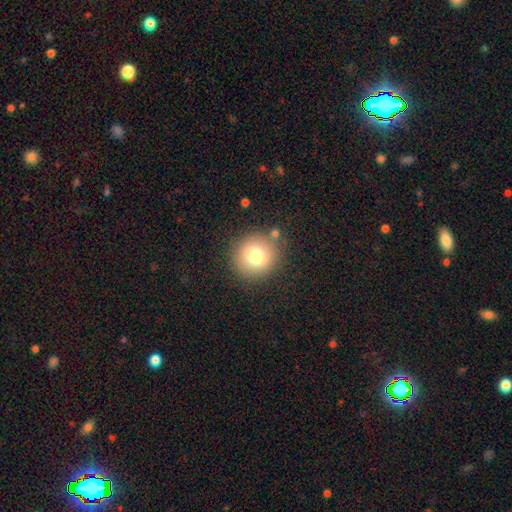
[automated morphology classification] Smooth or featured? Predicted: smooth (p=0.76). How rounded? Predicted: round (p=0.92). Merging? Predicted: none (p=0.83).